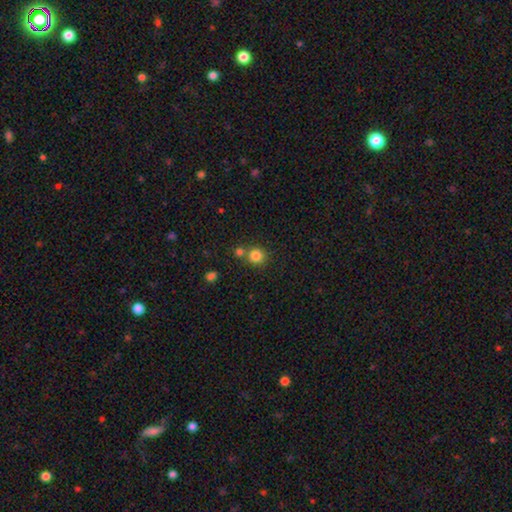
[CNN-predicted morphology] Overall: smooth (83%). How rounded: round (91%). Merging: none (66%).